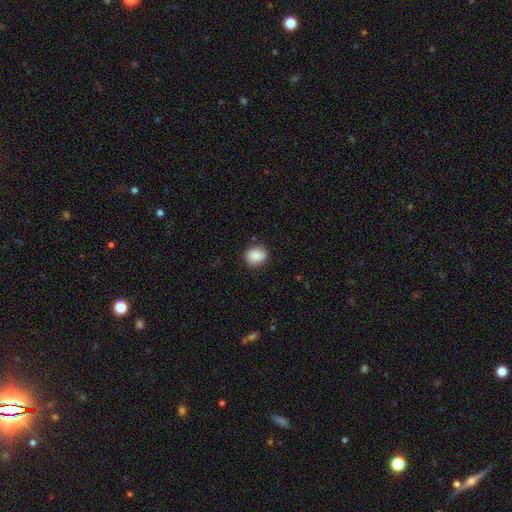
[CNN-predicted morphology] This is clearly a smooth galaxy (86%). How rounded: likely round (68%). Merging: clearly none (82%).